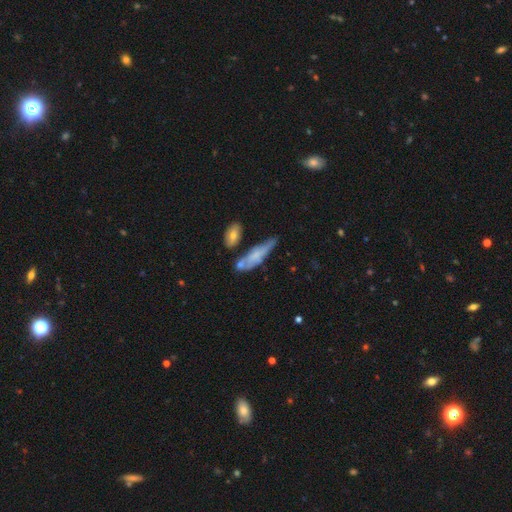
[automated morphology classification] smooth-or-featured: smooth: 55% | featured or disk: 37% | star or artifact: 8%
  how-rounded: cigar-shaped: 60% | in between: 37% | round: 3%
  merging: none: 40% | minor disturbance: 29% | merger: 17% | major disturbance: 14%